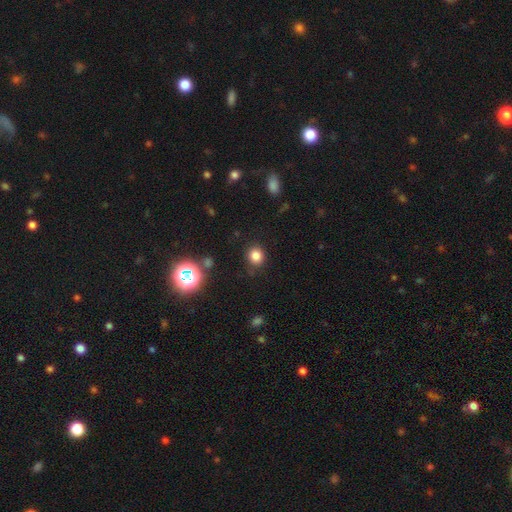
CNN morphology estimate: type=smooth (80%); roundness=round (81%); merging=none (84%).